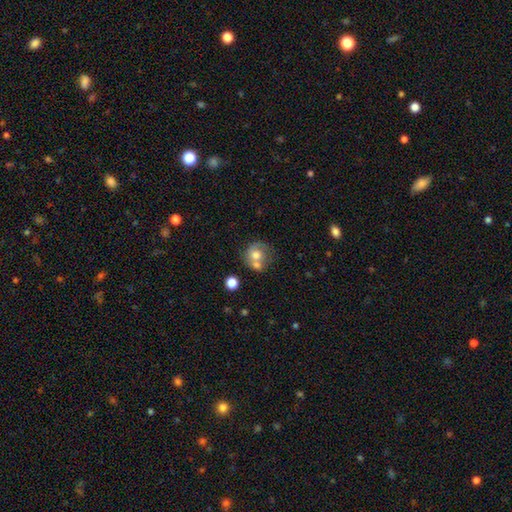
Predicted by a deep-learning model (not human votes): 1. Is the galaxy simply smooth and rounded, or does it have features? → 60% smooth, 31% featured or disk, 10% star or artifact.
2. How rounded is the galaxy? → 78% round, 21% in between, 1% cigar-shaped.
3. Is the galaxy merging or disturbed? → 41% merger, 37% none, 14% minor disturbance, 8% major disturbance.